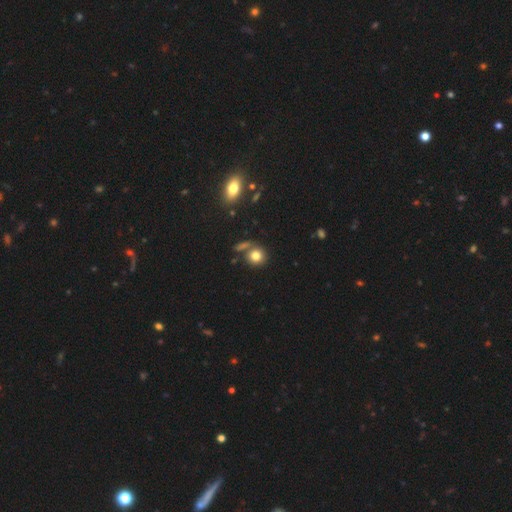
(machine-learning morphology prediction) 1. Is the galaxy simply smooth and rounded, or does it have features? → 79% smooth, 12% star or artifact, 8% featured or disk.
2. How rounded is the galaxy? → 85% round, 14% in between, 1% cigar-shaped.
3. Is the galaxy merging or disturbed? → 67% none, 17% merger, 11% minor disturbance, 5% major disturbance.